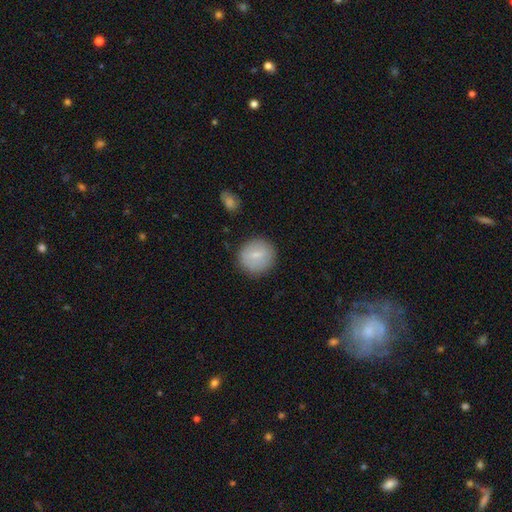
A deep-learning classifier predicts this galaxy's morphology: This is likely a smooth galaxy (73%). How rounded: clearly round (88%). Merging: clearly none (84%).